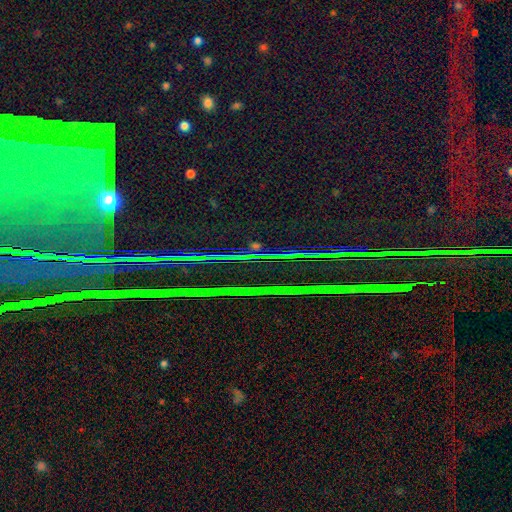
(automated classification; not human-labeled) Q: Smooth or featured?
A: star or artifact (83%); runner-up: featured or disk (10%)